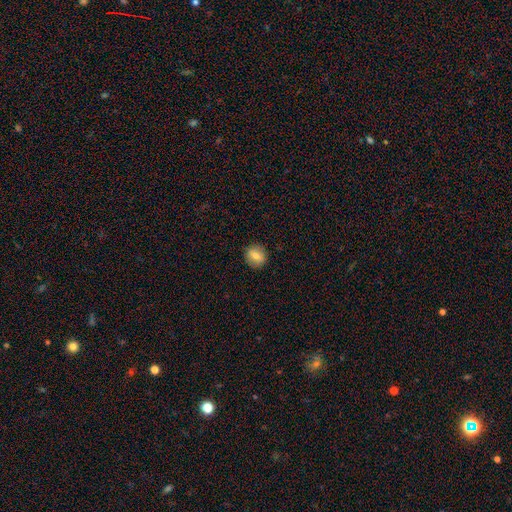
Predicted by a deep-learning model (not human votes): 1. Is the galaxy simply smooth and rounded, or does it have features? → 74% smooth, 17% featured or disk, 9% star or artifact.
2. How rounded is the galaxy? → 83% round, 16% in between, 1% cigar-shaped.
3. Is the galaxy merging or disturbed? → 90% none, 7% minor disturbance, 2% major disturbance, 1% merger.